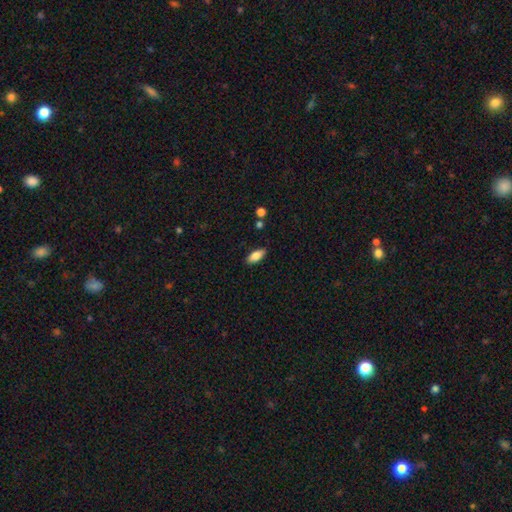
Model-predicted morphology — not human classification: This appears to be a smooth galaxy with no disk features (83%) that is in between round and cigar-shaped (85%). Merging: none (86%).